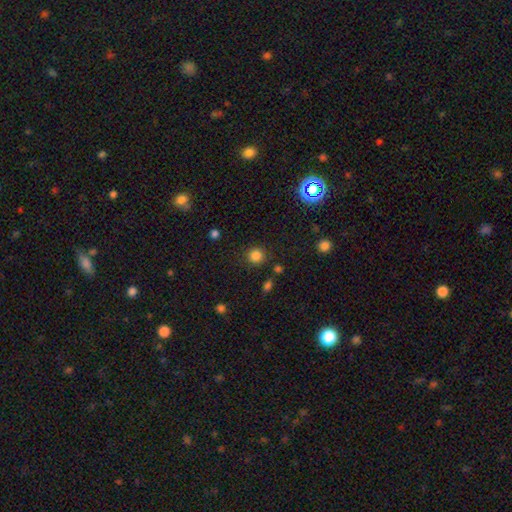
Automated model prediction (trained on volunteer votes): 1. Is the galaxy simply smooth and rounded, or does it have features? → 82% smooth, 14% star or artifact, 4% featured or disk.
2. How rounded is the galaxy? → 91% round, 8% in between, 1% cigar-shaped.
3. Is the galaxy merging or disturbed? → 86% none, 8% minor disturbance, 3% major disturbance, 3% merger.